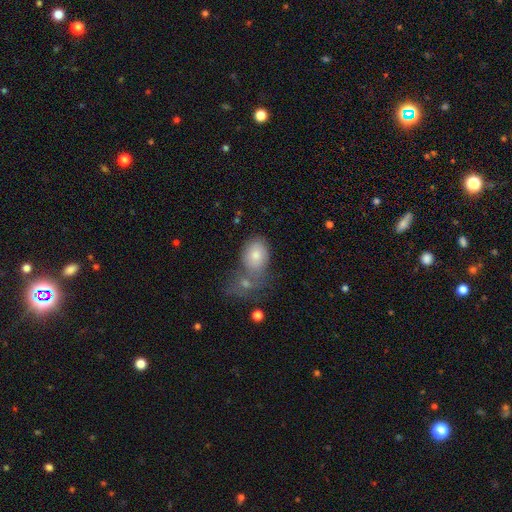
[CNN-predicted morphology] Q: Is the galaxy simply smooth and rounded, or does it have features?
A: smooth — 80%.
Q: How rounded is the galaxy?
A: in between — 79%.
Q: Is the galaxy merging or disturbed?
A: none — 41%.